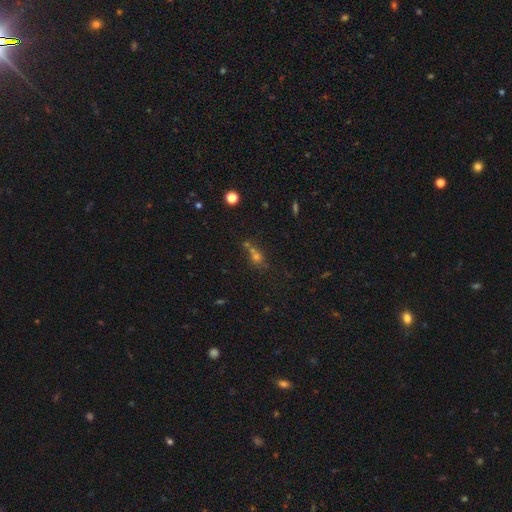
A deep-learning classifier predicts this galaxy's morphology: smooth 48%, star or artifact 34%, featured or disk 19%. Down the decision tree: merging — none (46%).